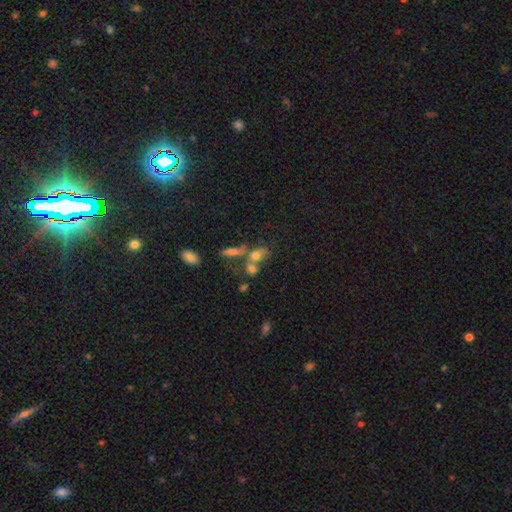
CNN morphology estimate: A smooth galaxy with no disk features (63%) that is in between round and cigar-shaped (64%). Merging: merger (47%).